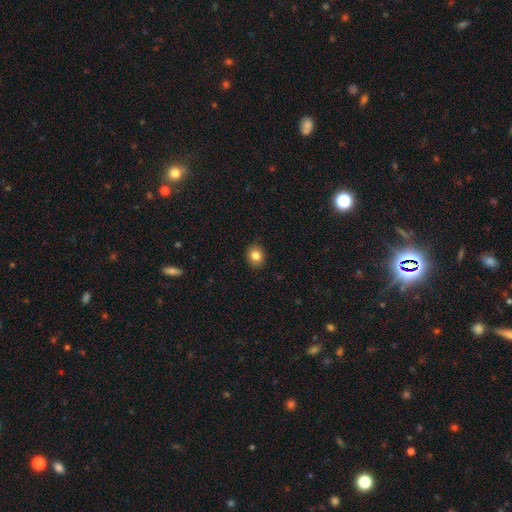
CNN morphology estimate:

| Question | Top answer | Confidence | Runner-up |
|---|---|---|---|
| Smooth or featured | smooth | 83% | star or artifact (10%) |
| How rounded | round | 65% | in between (34%) |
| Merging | none | 89% | minor disturbance (8%) |